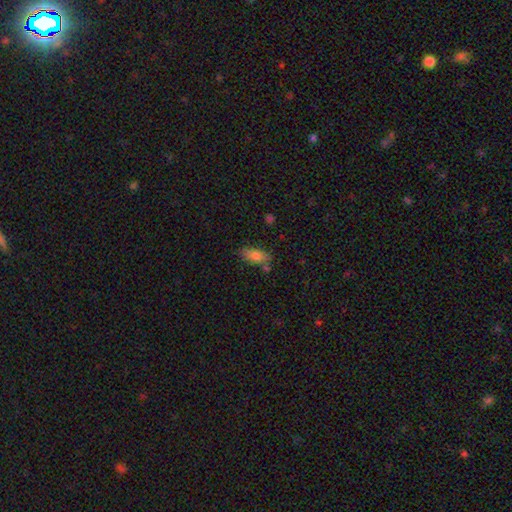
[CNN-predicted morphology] Smooth or featured? smooth (79%)
How rounded? in between (82%)
Merging? none (66%)